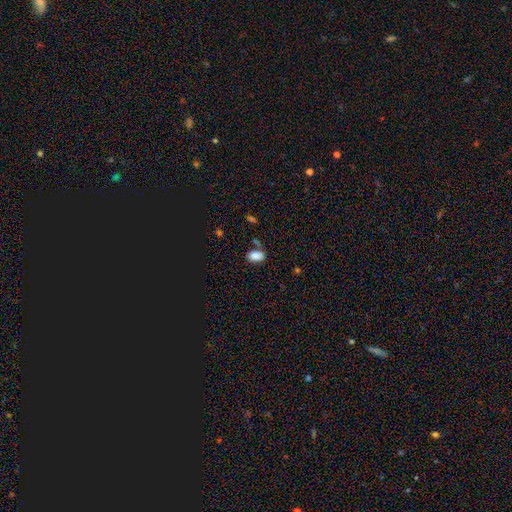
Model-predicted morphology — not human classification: smooth-or-featured: smooth: 84% | star or artifact: 11% | featured or disk: 5%
  how-rounded: in between: 90% | round: 8% | cigar-shaped: 2%
  merging: none: 66% | minor disturbance: 19% | merger: 11% | major disturbance: 5%